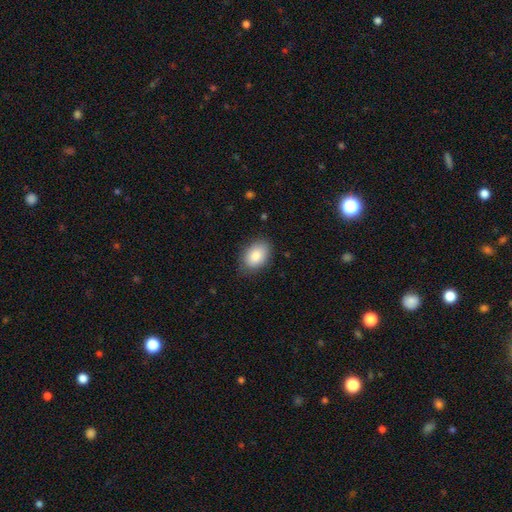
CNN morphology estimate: Overall: smooth (85%). How rounded: in between (84%). Merging: none (82%).